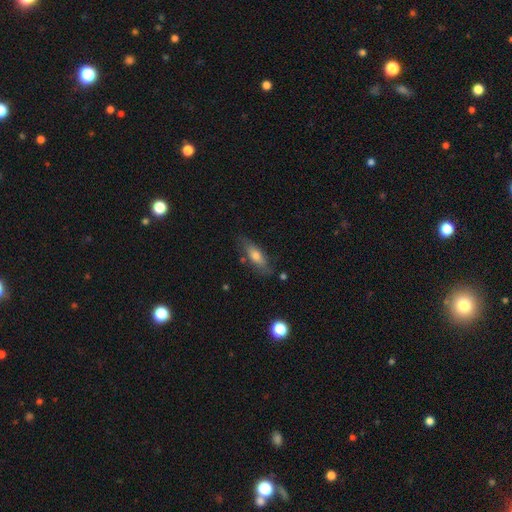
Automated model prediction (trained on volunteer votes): Overall: smooth (62%; featured or disk 31%). How rounded: in between (56%; cigar-shaped 41%). Merging: none (73%).